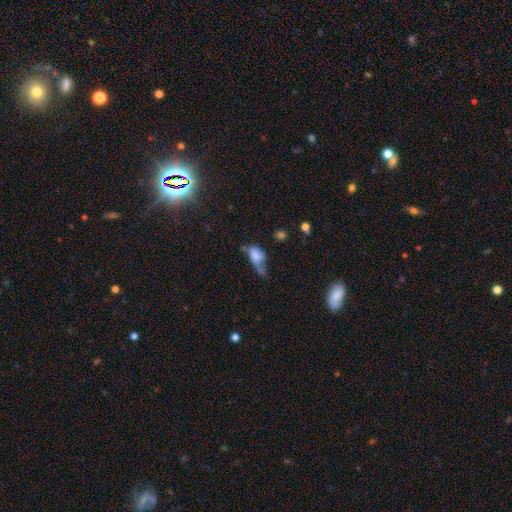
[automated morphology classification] smooth 63%, featured or disk 25%, star or artifact 12%. Down the decision tree: how rounded — in between (83%); merging — major disturbance (40%).